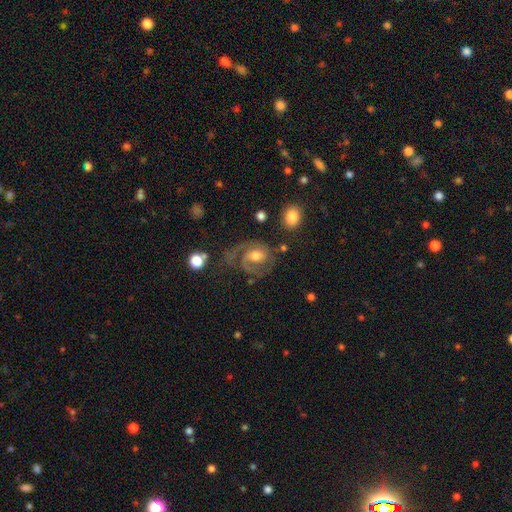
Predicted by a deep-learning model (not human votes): Smooth or featured: featured or disk — 80% (smooth — 14%)
Edge-on disk: no — 97% (yes — 3%)
Bar: no — 52% (weak — 39%)
Spiral arms: yes — 93% (no — 7%)
Spiral winding: medium — 45% (tight — 39%)
Spiral arm count: 2 — 53% (1 — 30%)
Bulge size: moderate — 65% (small — 16%)
Merging: none — 49% (major disturbance — 27%)